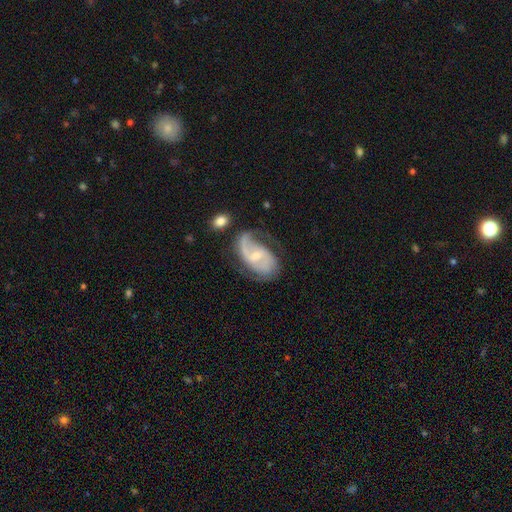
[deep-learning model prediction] featured or disk 83%, smooth 11%, star or artifact 6%. Down the decision tree: edge-on disk — no (97%); bar — weak (50%); spiral arms — yes (94%); spiral arm count — 2 (73%); spiral winding — medium (47%); bulge size — small (59%); merging — none (53%).